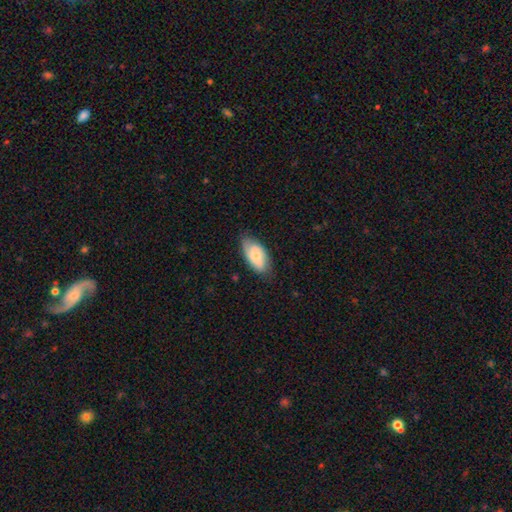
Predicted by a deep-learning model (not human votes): Smooth or featured?
  - smooth: 65% *
  - featured or disk: 29%
  - star or artifact: 6%
How rounded?
  - in between: 93% *
  - cigar-shaped: 4%
  - round: 3%
Merging?
  - none: 71% *
  - minor disturbance: 23%
  - major disturbance: 5%
  - merger: 1%